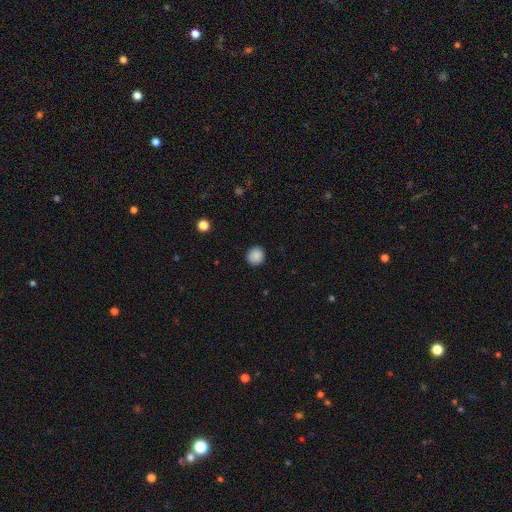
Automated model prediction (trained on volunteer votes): A smooth galaxy with no disk features (88%) that is round (90%). Merging: none (91%).